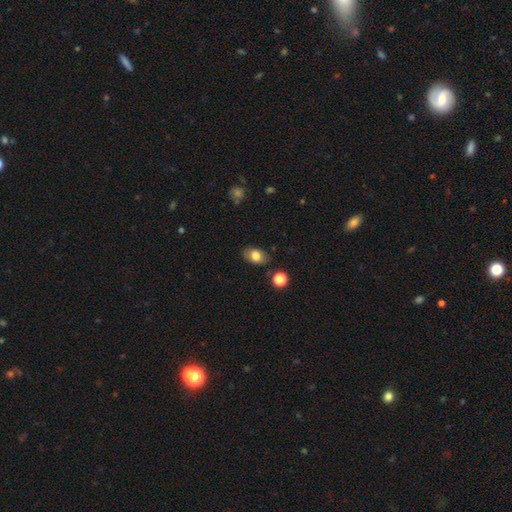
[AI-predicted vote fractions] Q: Smooth or featured?
A: smooth (79%); runner-up: featured or disk (13%)
Q: How rounded?
A: in between (85%); runner-up: round (14%)
Q: Merging?
A: none (82%); runner-up: minor disturbance (13%)